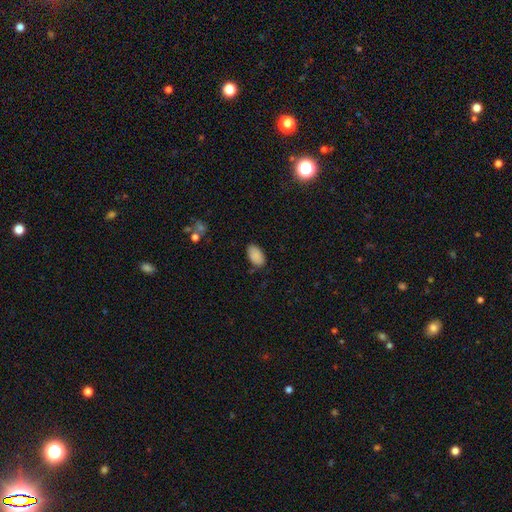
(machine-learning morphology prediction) A smooth galaxy with no disk features (88%) that is in between round and cigar-shaped (94%).

Vote fractions:
- Smooth or featured? smooth: 88% / star or artifact: 7% / featured or disk: 4%
- How rounded? in between: 94% / round: 4% / cigar-shaped: 1%
- Merging? none: 81% / minor disturbance: 14% / major disturbance: 3% / merger: 2%